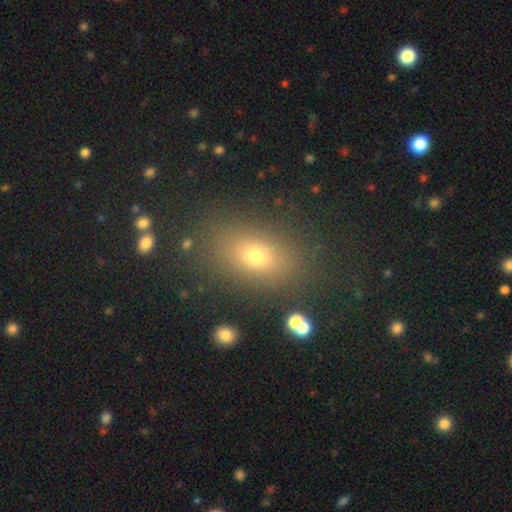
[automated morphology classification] This appears to be a smooth galaxy with no disk features (69%) that is in between round and cigar-shaped (75%). Merging: none (85%).